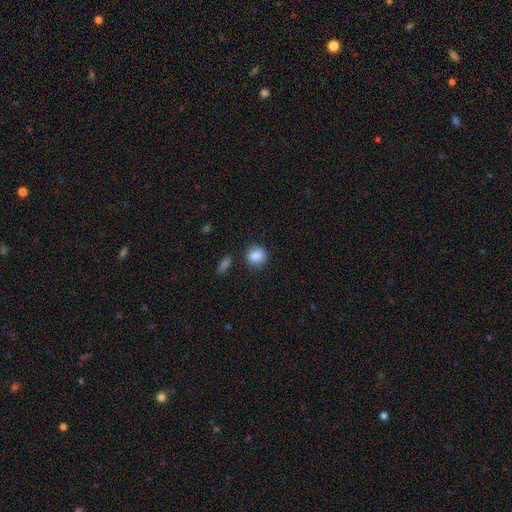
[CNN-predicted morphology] A smooth galaxy with no disk features (87%) that is round (80%). Merging: none (81%).